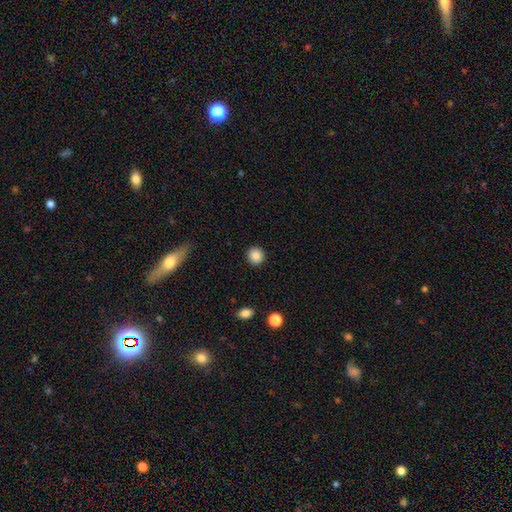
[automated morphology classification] A smooth galaxy with no disk features (87%) that is round (92%).

Vote fractions:
- Smooth or featured? smooth: 87% / star or artifact: 9% / featured or disk: 3%
- How rounded? round: 92% / in between: 7% / cigar-shaped: 1%
- Merging? none: 92% / minor disturbance: 5% / major disturbance: 2% / merger: 1%